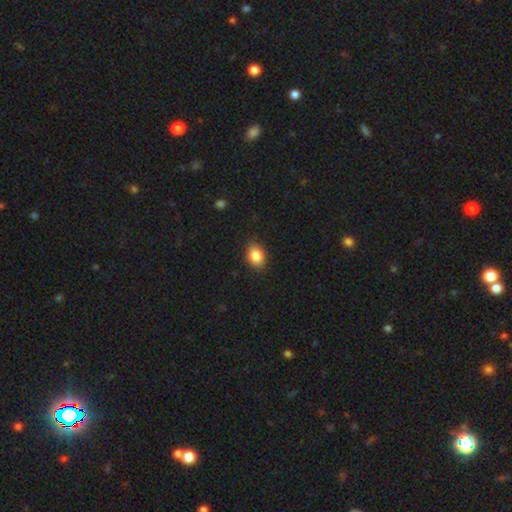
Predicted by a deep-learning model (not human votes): This is clearly a smooth galaxy (85%). How rounded: likely in between (72%). Merging: clearly none (87%).